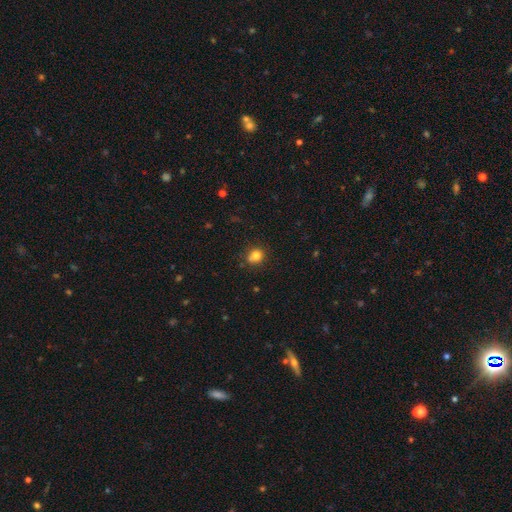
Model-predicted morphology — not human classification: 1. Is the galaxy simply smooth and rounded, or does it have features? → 80% smooth, 12% star or artifact, 8% featured or disk.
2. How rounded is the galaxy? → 75% round, 24% in between, 1% cigar-shaped.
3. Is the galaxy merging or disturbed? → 74% none, 16% minor disturbance, 6% merger, 4% major disturbance.